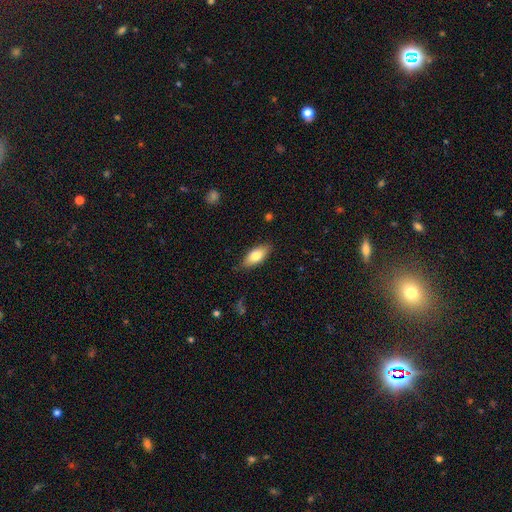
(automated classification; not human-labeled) Smooth or featured: smooth — 78% (featured or disk — 16%)
How rounded: in between — 84% (cigar-shaped — 14%)
Merging: none — 84% (minor disturbance — 12%)